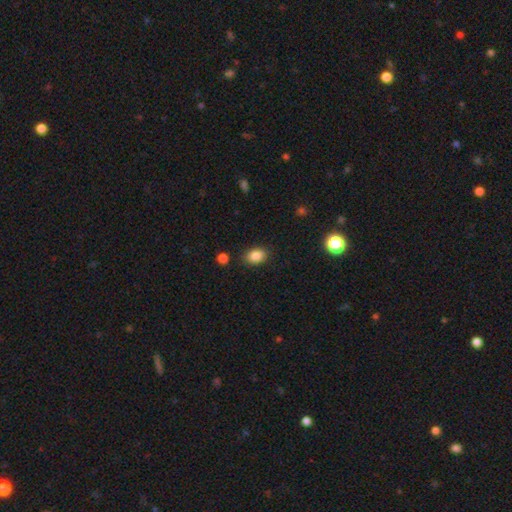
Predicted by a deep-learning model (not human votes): smooth_or_featured: smooth (p=0.86) [alt: star or artifact p=0.09]
how_rounded: in between (p=0.74) [alt: round p=0.25]
merging: none (p=0.85) [alt: minor disturbance p=0.10]